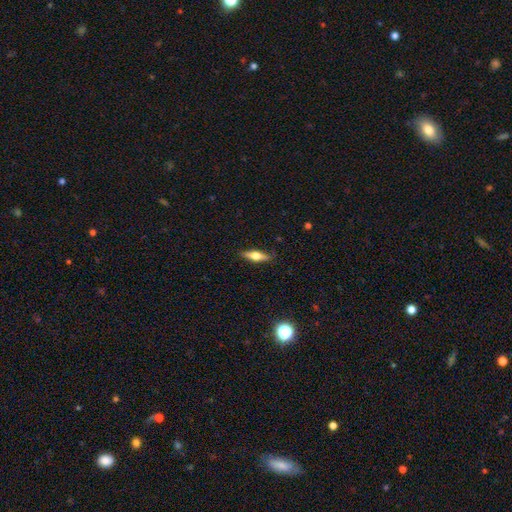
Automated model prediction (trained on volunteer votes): Overall: featured or disk (53%; smooth 40%). Edge-on disk: yes (93%). Merging: none (87%).